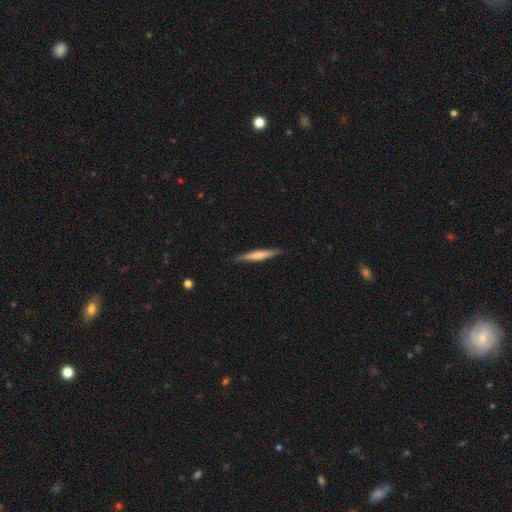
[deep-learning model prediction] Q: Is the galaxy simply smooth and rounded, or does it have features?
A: smooth — 51%.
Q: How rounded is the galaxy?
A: cigar-shaped — 94%.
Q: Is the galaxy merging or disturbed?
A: none — 88%.